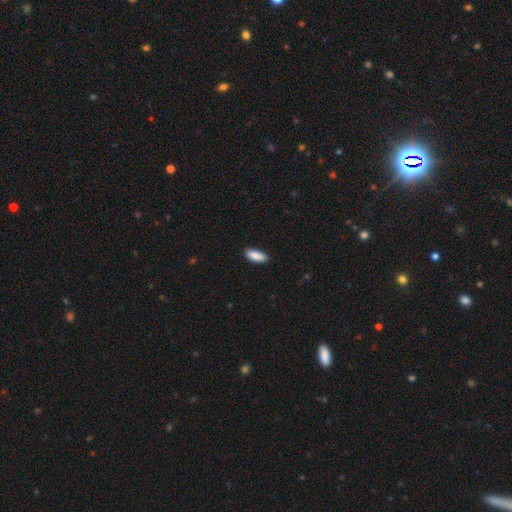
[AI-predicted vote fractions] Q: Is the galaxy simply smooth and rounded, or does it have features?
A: smooth — 89%.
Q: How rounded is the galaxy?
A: in between — 75%.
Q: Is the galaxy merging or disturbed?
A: none — 86%.